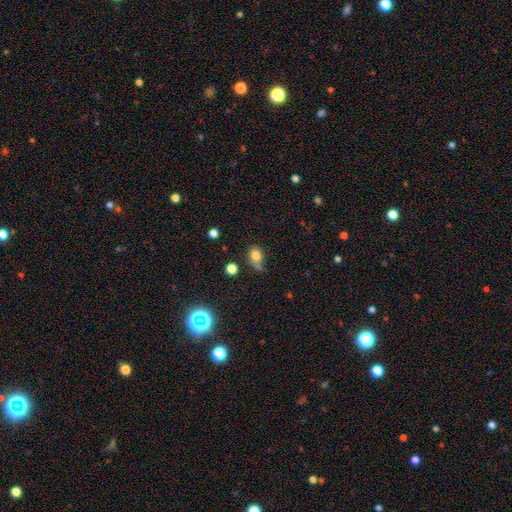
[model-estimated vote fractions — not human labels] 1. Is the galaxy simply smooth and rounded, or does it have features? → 75% smooth, 13% featured or disk, 12% star or artifact.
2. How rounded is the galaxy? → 58% in between, 40% round, 2% cigar-shaped.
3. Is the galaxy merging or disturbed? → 42% none, 30% minor disturbance, 19% major disturbance, 9% merger.